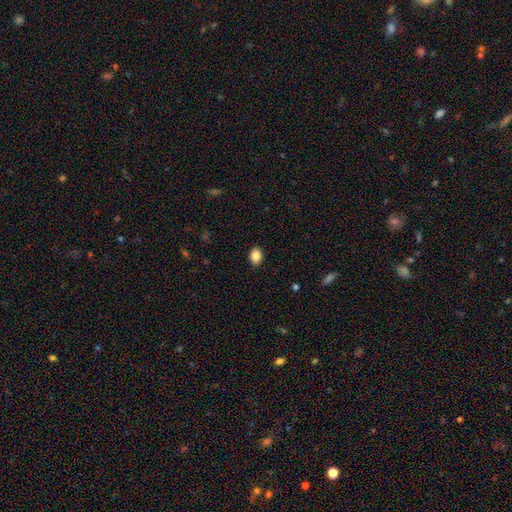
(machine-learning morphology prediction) smooth-or-featured: smooth: 87% | star or artifact: 8% | featured or disk: 5%
  how-rounded: in between: 76% | round: 23% | cigar-shaped: 1%
  merging: none: 89% | minor disturbance: 8% | major disturbance: 2% | merger: 1%